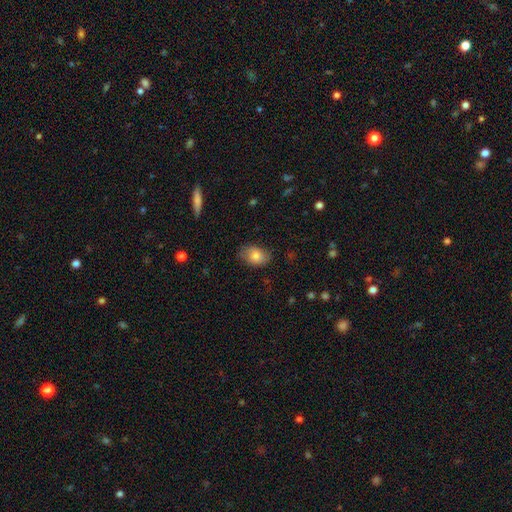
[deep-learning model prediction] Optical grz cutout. It shows a smooth galaxy with no disk features (77%) that is in between round and cigar-shaped (79%). Merging: none (71%).